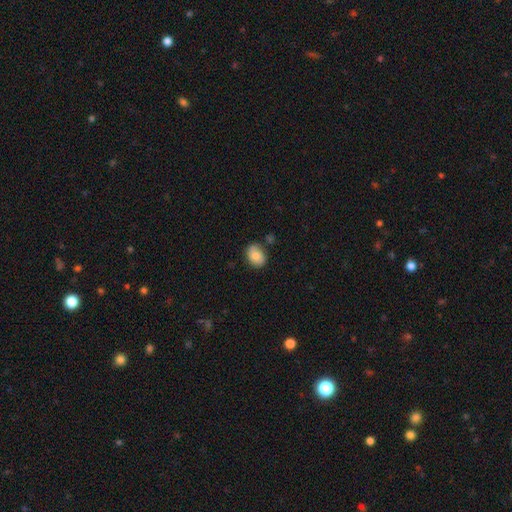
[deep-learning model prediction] This is clearly a smooth galaxy (81%). How rounded: likely in between (69%). Merging: likely none (72%).